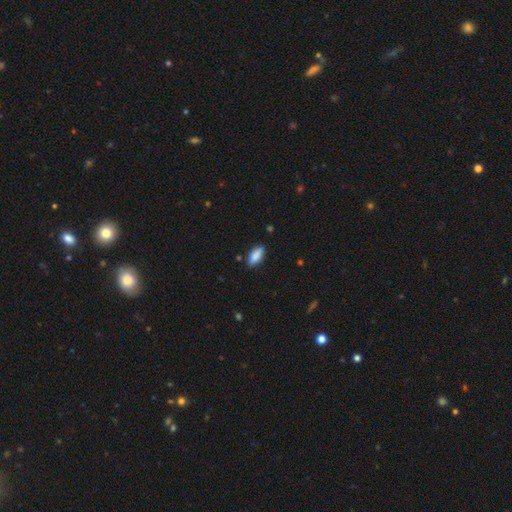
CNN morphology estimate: A smooth galaxy with no disk features (88%) that is in between round and cigar-shaped (83%). Merging: none (86%).